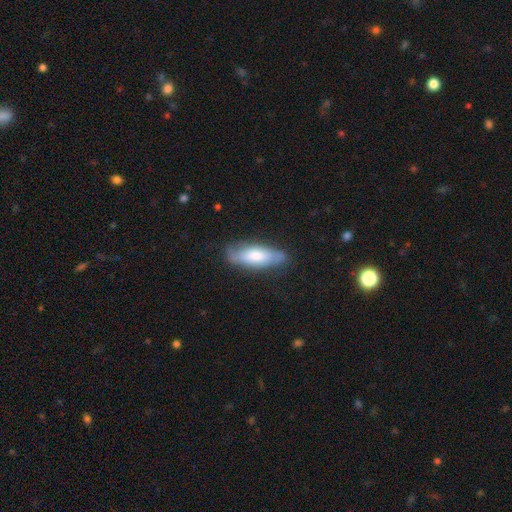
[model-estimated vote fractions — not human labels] A smooth galaxy with no disk features (48%).

Vote fractions:
- Smooth or featured? smooth: 48% / featured or disk: 43% / star or artifact: 9%
- Merging? none: 79% / minor disturbance: 16% / major disturbance: 4% / merger: 1%